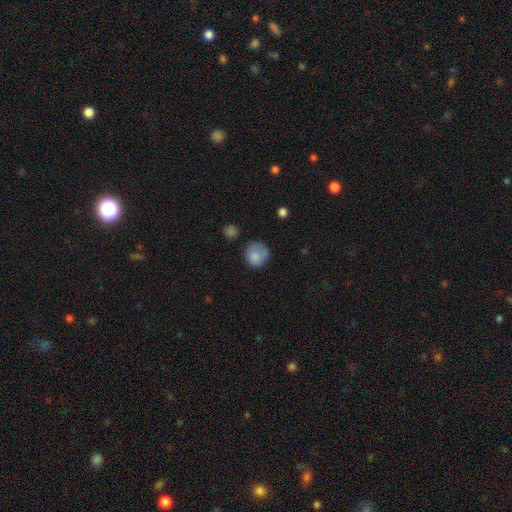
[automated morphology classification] Smooth or featured? Predicted: smooth (p=0.82). How rounded? Predicted: round (p=0.83). Merging? Predicted: none (p=0.59).